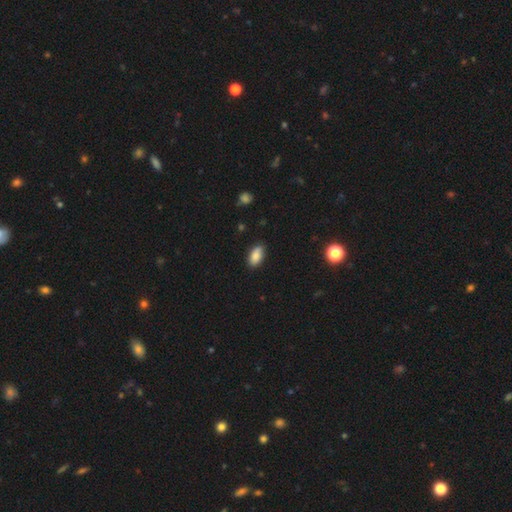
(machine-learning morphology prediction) A smooth galaxy with no disk features (86%) that is in between round and cigar-shaped (92%). Merging: none (83%).